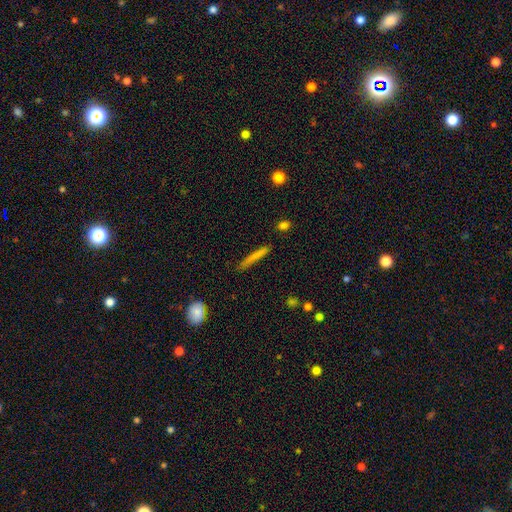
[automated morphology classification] This is likely a smooth galaxy (74%). How rounded: clearly cigar-shaped (94%). Merging: likely none (79%).